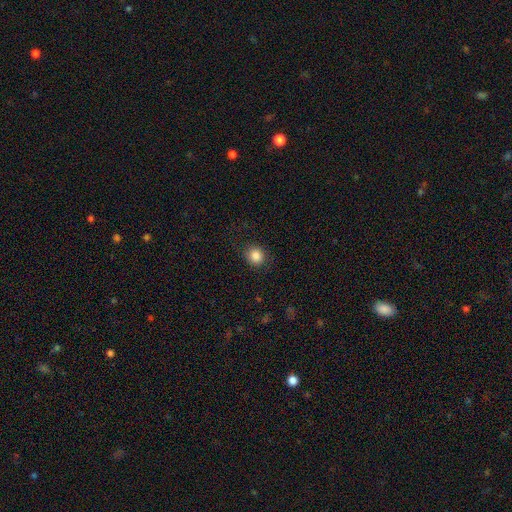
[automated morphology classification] Overall: smooth (86%). How rounded: round (82%). Merging: none (86%).